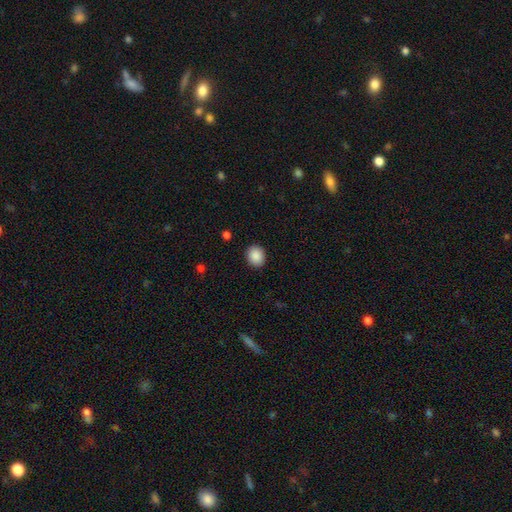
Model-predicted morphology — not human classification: A smooth galaxy with no disk features (89%) that is round (66%). Merging: none (90%).